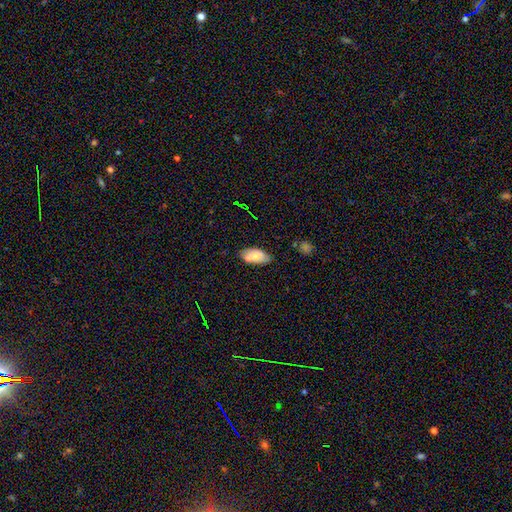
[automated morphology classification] Smooth or featured: smooth — 70% (featured or disk — 22%)
How rounded: in between — 91% (cigar-shaped — 6%)
Merging: none — 67% (minor disturbance — 19%)